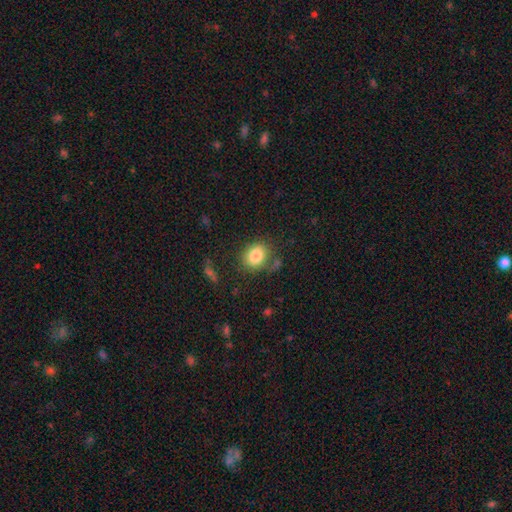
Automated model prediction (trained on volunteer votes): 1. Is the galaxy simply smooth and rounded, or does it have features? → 84% smooth, 9% star or artifact, 7% featured or disk.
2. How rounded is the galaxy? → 54% in between, 45% round, 1% cigar-shaped.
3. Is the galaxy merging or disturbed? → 74% none, 15% minor disturbance, 5% major disturbance, 5% merger.